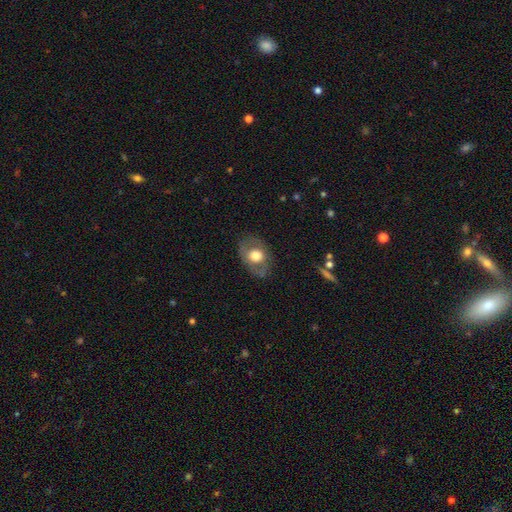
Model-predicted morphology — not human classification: Q: Smooth or featured?
A: smooth (56%); runner-up: featured or disk (37%)
Q: How rounded?
A: in between (65%); runner-up: round (34%)
Q: Merging?
A: none (72%); runner-up: minor disturbance (18%)